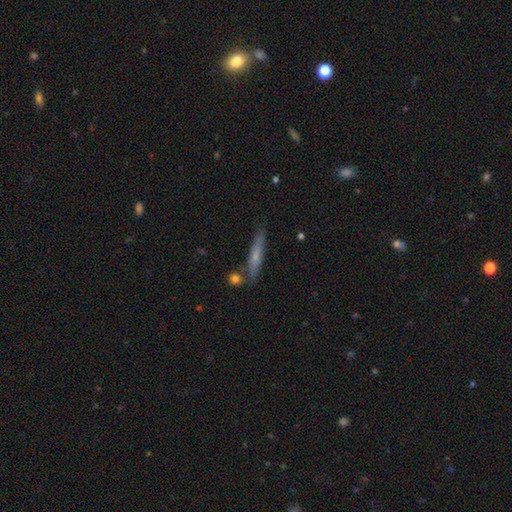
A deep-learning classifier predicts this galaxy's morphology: Q: Smooth or featured?
A: smooth (57%); runner-up: featured or disk (36%)
Q: How rounded?
A: cigar-shaped (91%); runner-up: in between (7%)
Q: Merging?
A: none (81%); runner-up: minor disturbance (12%)